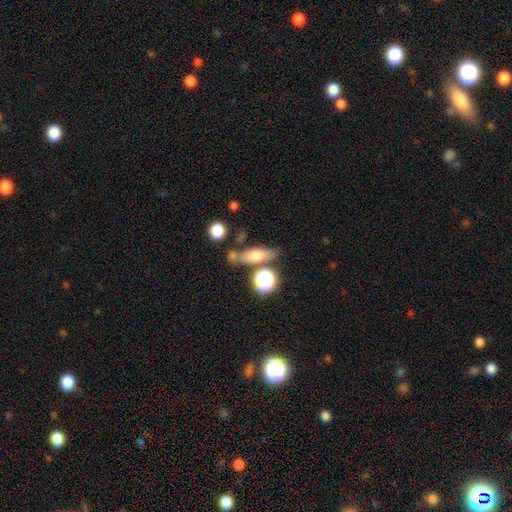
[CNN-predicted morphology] This is possibly a smooth galaxy (58%). How rounded: marginally cigar-shaped (43%, tied with in between). Merging: likely none (63%).